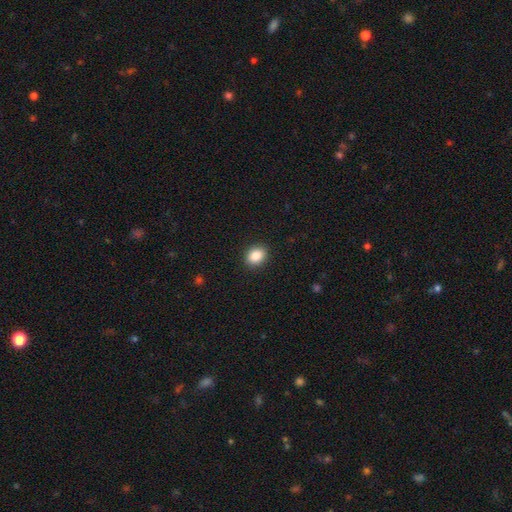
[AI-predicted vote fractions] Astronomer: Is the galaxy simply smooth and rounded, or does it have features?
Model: smooth — 87%.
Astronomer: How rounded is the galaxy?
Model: in between — 52% (runner-up: round, 47%).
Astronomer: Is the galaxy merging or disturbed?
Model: none — 91%.